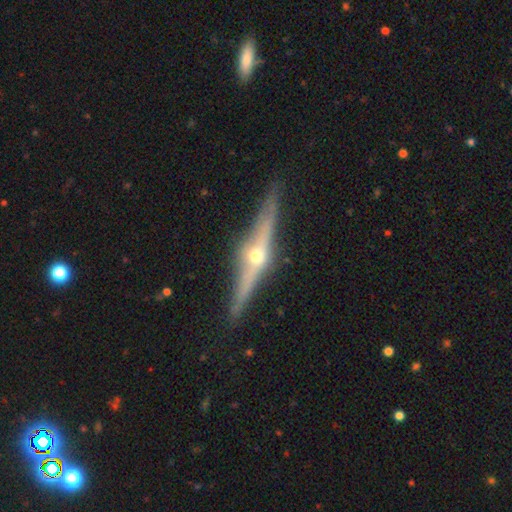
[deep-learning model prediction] Q: Smooth or featured?
A: featured or disk (79%); runner-up: smooth (14%)
Q: Edge-on disk?
A: yes (96%); runner-up: no (4%)
Q: Edge-on bulge?
A: rounded (93%); runner-up: none (4%)
Q: Merging?
A: none (87%); runner-up: minor disturbance (9%)